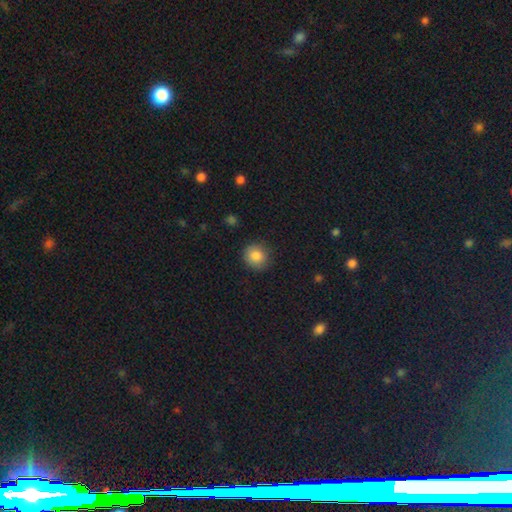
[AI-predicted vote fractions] smooth_or_featured: smooth (p=0.85) [alt: star or artifact p=0.09]
how_rounded: round (p=0.85) [alt: in between p=0.14]
merging: none (p=0.86) [alt: minor disturbance p=0.11]